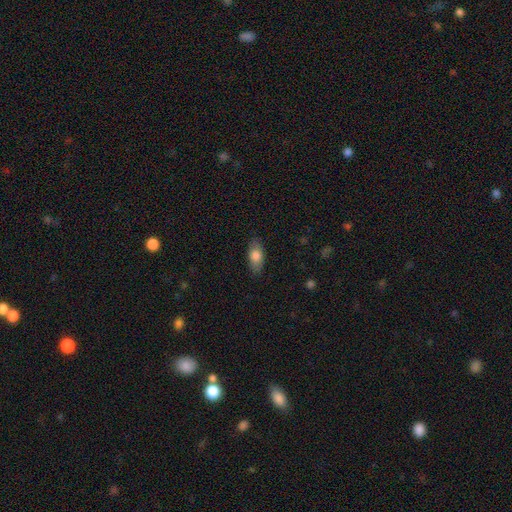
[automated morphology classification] Smooth or featured? smooth (78%)
How rounded? in between (86%)
Merging? none (84%)